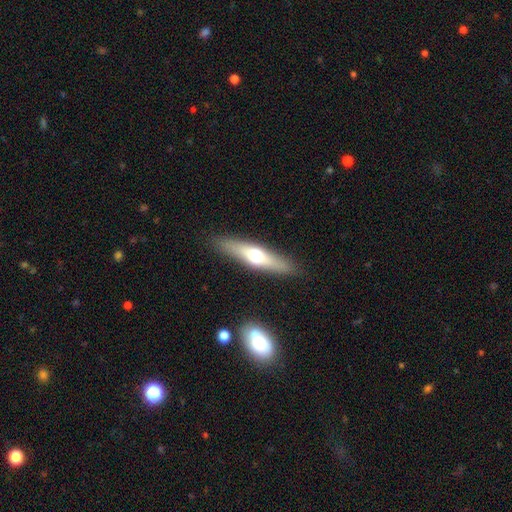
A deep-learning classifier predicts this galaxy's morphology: Smooth or featured: smooth — 49% (featured or disk — 45%)
Merging: none — 89% (minor disturbance — 8%)